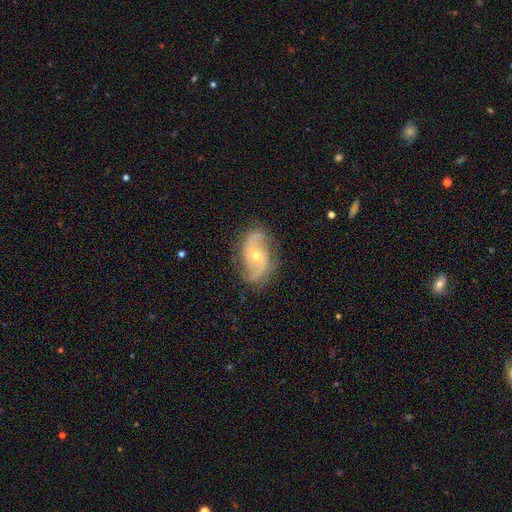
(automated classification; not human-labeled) Overall: featured or disk (84%). Edge-on disk: no (96%). Bar: no (69%). Spiral arms: yes (95%). Spiral arm count: 2 (81%). Spiral winding: medium (46%; loose 27%). Bulge size: small (56%; moderate 41%). Merging: none (76%).